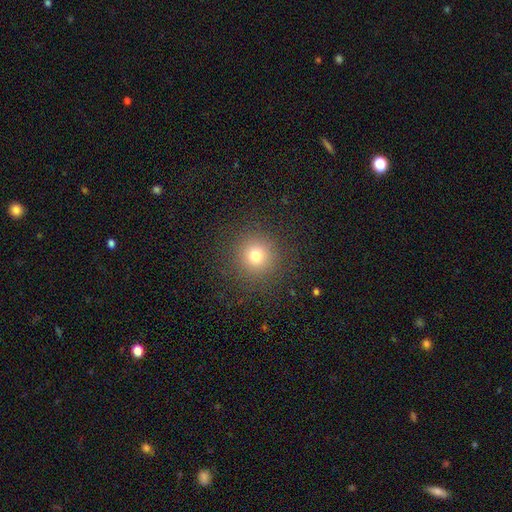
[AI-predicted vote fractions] This is likely a smooth galaxy (75%). How rounded: clearly round (94%). Merging: clearly none (89%).